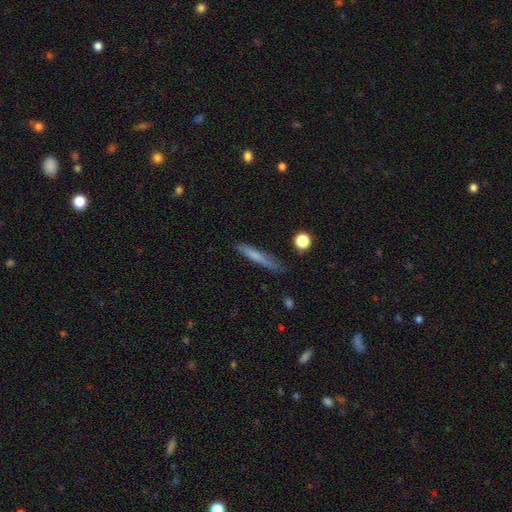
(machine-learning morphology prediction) Smooth or featured: smooth — 67% (featured or disk — 27%)
How rounded: cigar-shaped — 94% (in between — 4%)
Merging: none — 81% (minor disturbance — 14%)